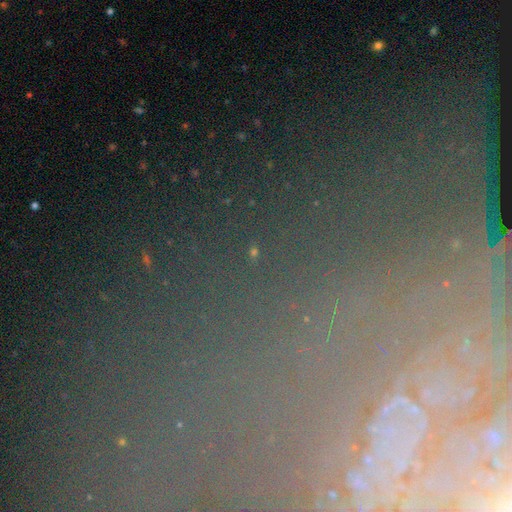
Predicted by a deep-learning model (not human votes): Smooth or featured? Predicted: star or artifact (p=0.71).